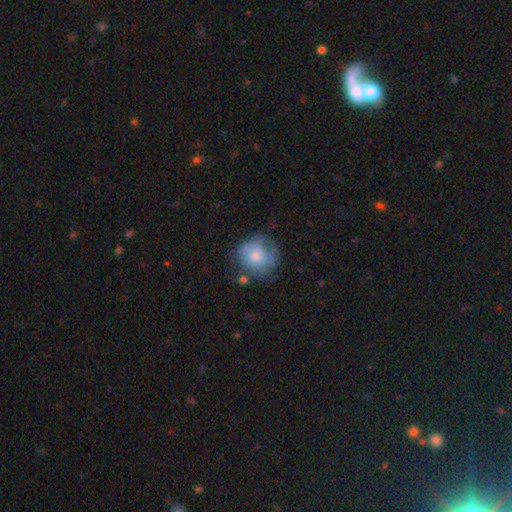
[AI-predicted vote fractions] This is likely a smooth galaxy (61%). How rounded: clearly round (83%). Merging: possibly none (50%).